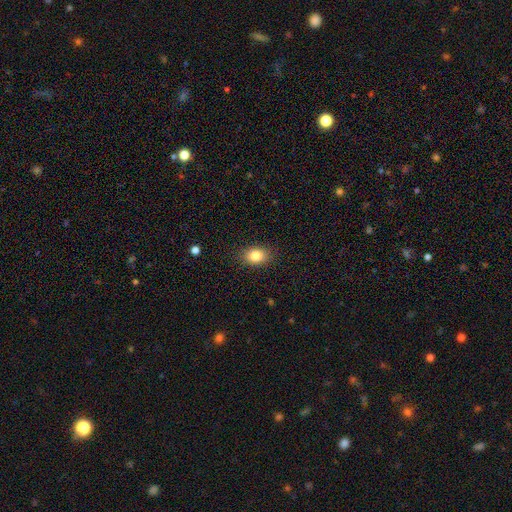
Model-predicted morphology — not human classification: A smooth galaxy with no disk features (82%) that is in between round and cigar-shaped (73%). Merging: none (87%).